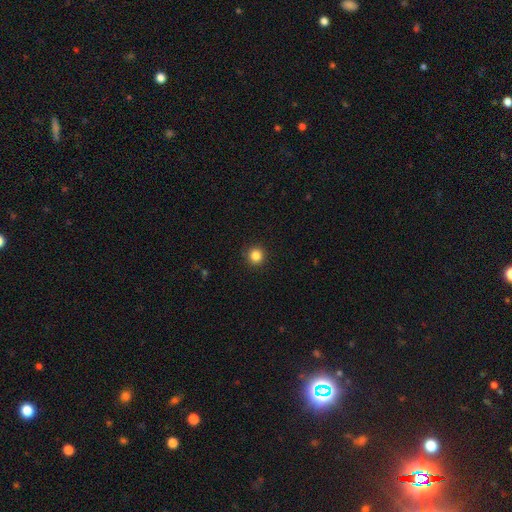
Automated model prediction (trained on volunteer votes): Smooth or featured: smooth — 85% (star or artifact — 11%)
How rounded: round — 95% (in between — 4%)
Merging: none — 92% (minor disturbance — 5%)